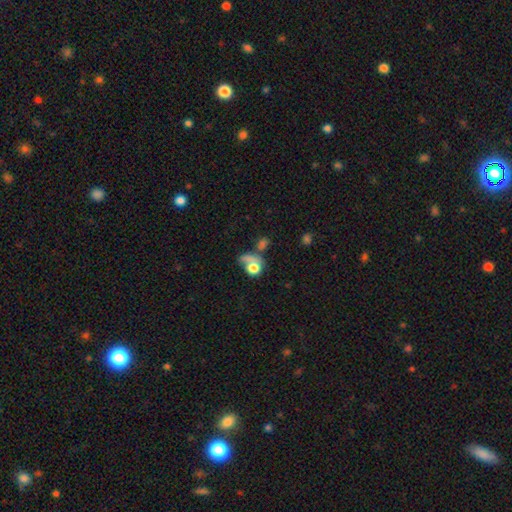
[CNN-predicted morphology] Smooth or featured? smooth (51%)
How rounded? round (65%)
Merging? none (45%)